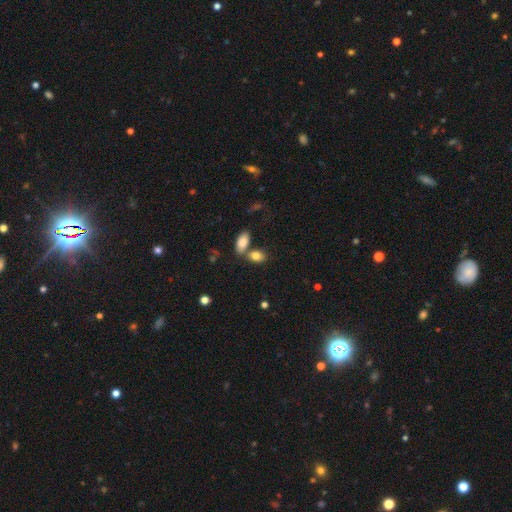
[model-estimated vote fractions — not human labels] Overall: smooth (83%). How rounded: in between (87%). Merging: none (50%; merger 35%).